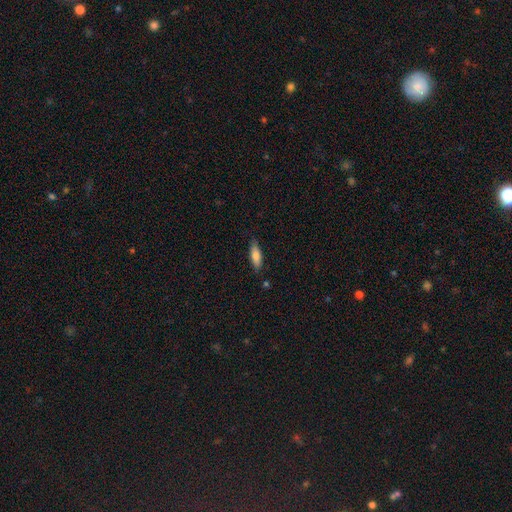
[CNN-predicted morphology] Smooth or featured?
  - smooth: 75% *
  - featured or disk: 18%
  - star or artifact: 6%
How rounded?
  - in between: 51% *
  - cigar-shaped: 47%
  - round: 2%
Merging?
  - none: 82% *
  - minor disturbance: 14%
  - major disturbance: 2%
  - merger: 2%